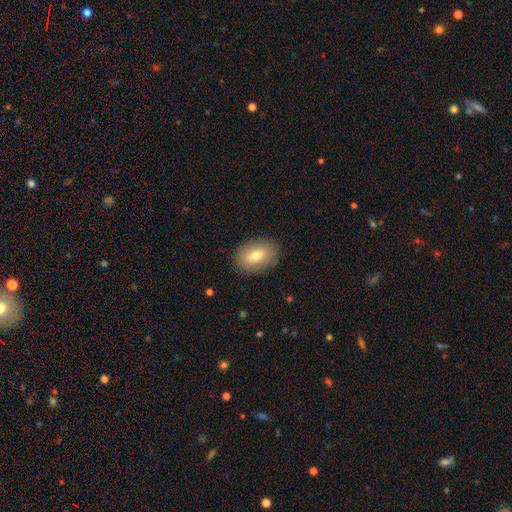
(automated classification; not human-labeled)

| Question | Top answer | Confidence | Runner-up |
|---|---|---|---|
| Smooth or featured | smooth | 73% | featured or disk (19%) |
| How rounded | in between | 81% | round (17%) |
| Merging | none | 87% | minor disturbance (9%) |